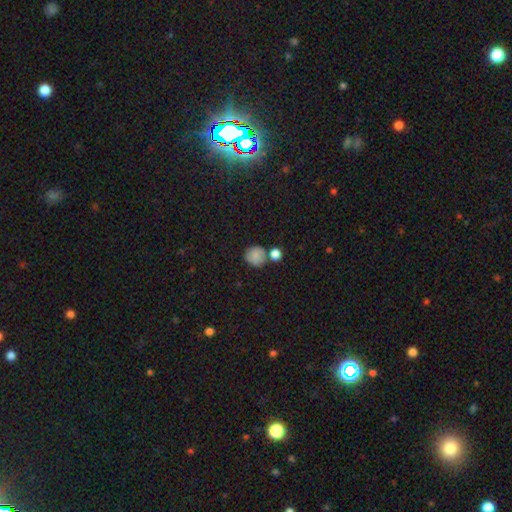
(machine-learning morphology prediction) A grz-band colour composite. It shows a smooth galaxy with no disk features (83%) that is round (86%). Merging: none (60%).